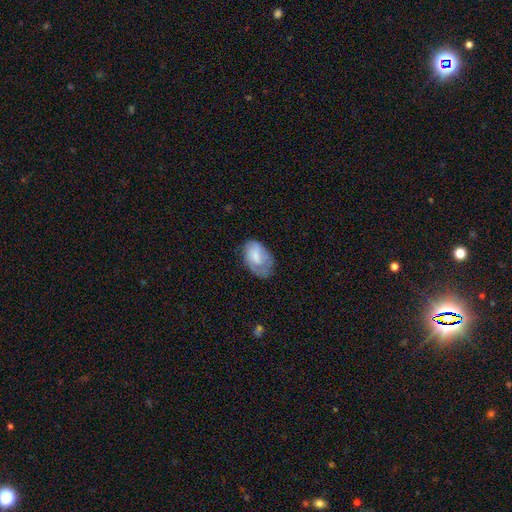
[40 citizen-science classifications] smooth-or-featured: smooth: 50% | featured or disk: 38% | star or artifact: 12%
  how-rounded: in between: 100% | round: 0% | cigar-shaped: 0%
  merging: none: 40% | major disturbance: 31% | minor disturbance: 29% | merger: 0%